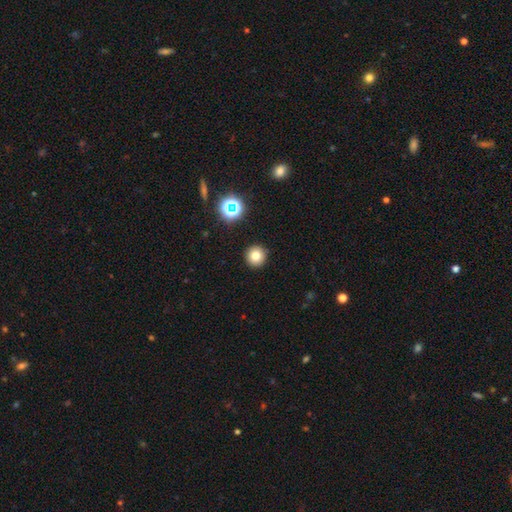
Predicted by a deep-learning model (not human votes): Overall: smooth (76%). How rounded: round (96%). Merging: none (92%).